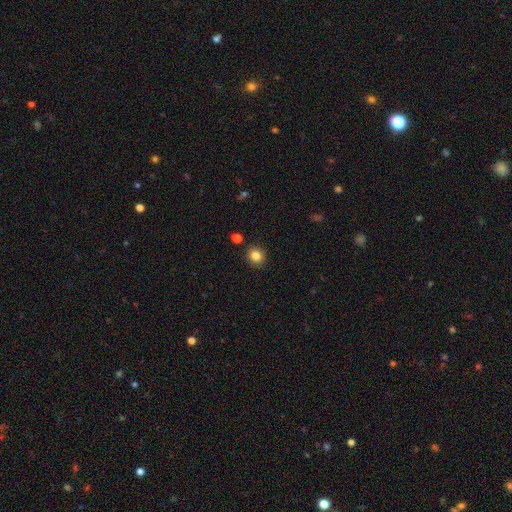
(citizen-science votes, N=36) Smooth or featured?
  - smooth: 86% *
  - featured or disk: 8%
  - star or artifact: 6%
How rounded?
  - round: 84% *
  - in between: 16%
  - cigar-shaped: 0%
Merging?
  - none: 88% *
  - merger: 6%
  - minor disturbance: 3%
  - major disturbance: 3%